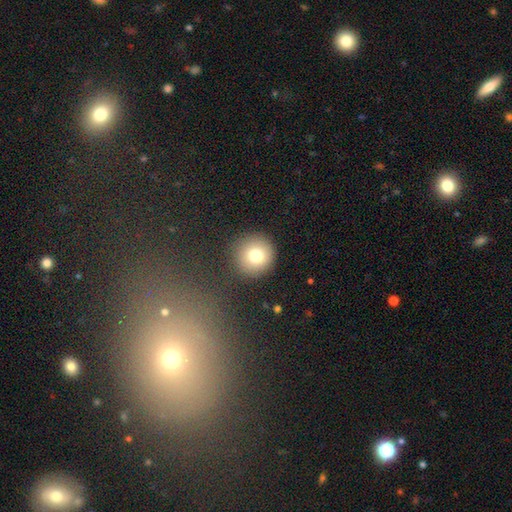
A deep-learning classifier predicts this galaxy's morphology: type=smooth (78%); roundness=round (93%); merging=none (88%).